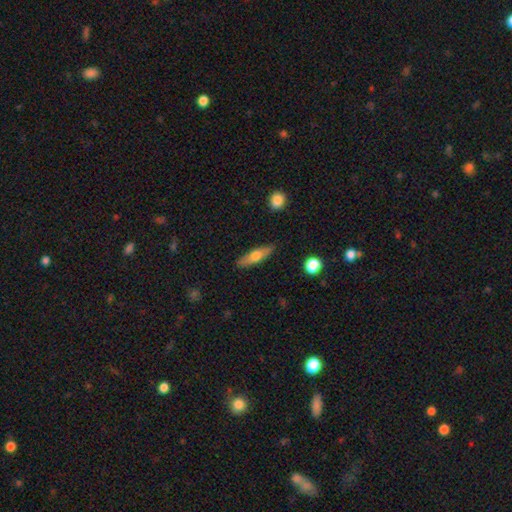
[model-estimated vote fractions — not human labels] Q: Smooth or featured?
A: smooth (57%); runner-up: featured or disk (37%)
Q: How rounded?
A: cigar-shaped (62%); runner-up: in between (35%)
Q: Merging?
A: none (86%); runner-up: minor disturbance (11%)